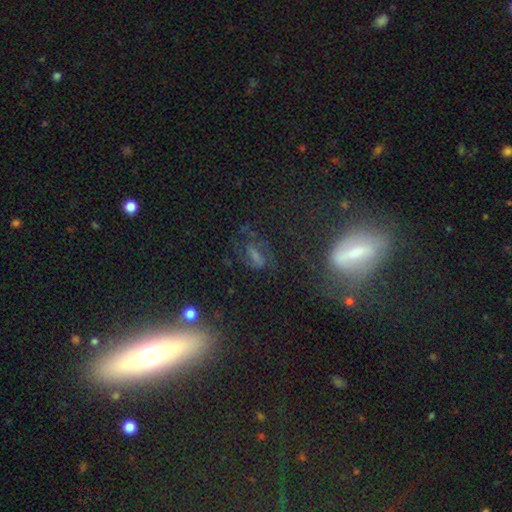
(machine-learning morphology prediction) Smooth or featured?
  - smooth: 35% * (tied)
  - featured or disk: 35% * (tied)
  - star or artifact: 30%
Merging?
  - none: 56% *
  - minor disturbance: 19%
  - major disturbance: 19%
  - merger: 5%